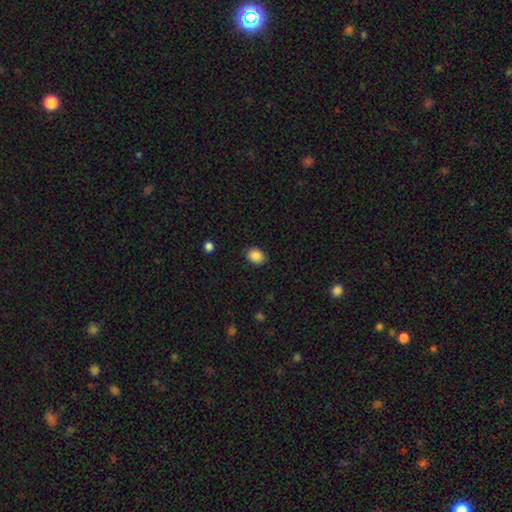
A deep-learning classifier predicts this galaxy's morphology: This is clearly a smooth galaxy (87%). How rounded: possibly in between (53%). Merging: clearly none (87%).